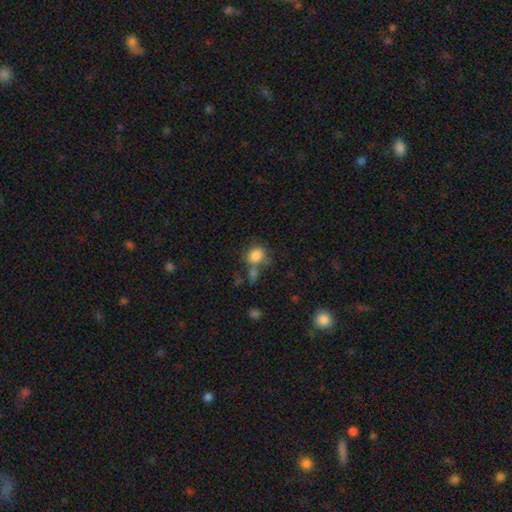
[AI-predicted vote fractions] This appears to be a smooth galaxy with no disk features (83%) that is round (57%). Merging: none (47%).